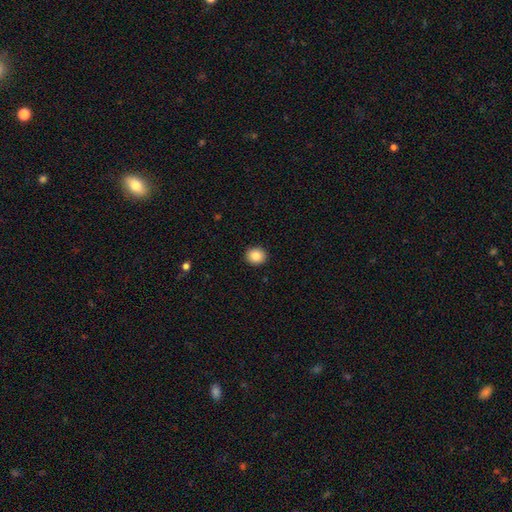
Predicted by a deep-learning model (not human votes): This appears to be a smooth galaxy with no disk features (86%) that is round (82%). Merging: none (92%).